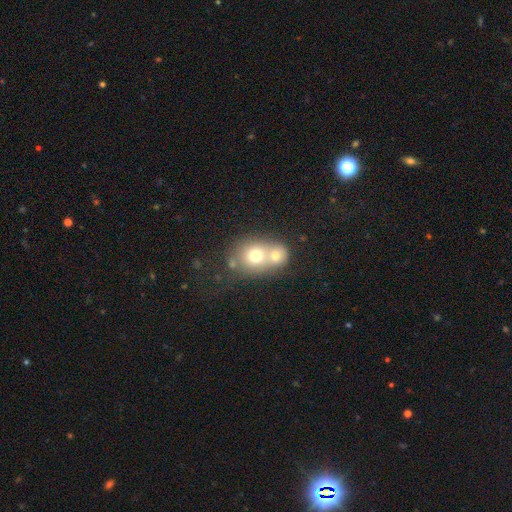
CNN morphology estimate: A smooth galaxy with no disk features (67%) that is round (67%).

Vote fractions:
- Smooth or featured? smooth: 67% / featured or disk: 21% / star or artifact: 11%
- How rounded? round: 67% / in between: 32% / cigar-shaped: 1%
- Merging? merger: 62% / none: 28% / minor disturbance: 7% / major disturbance: 3%